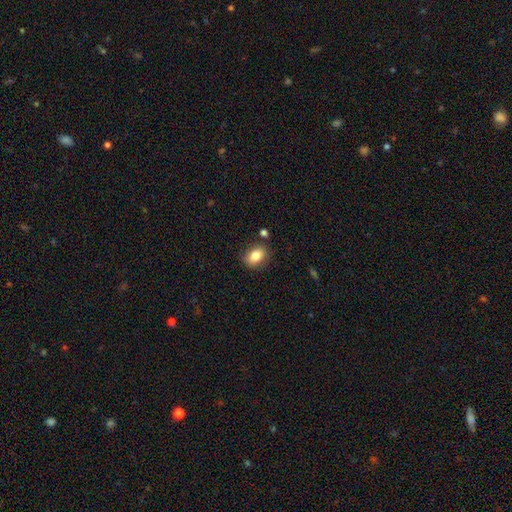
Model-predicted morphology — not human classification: Smooth or featured? smooth (83%)
How rounded? in between (77%)
Merging? none (81%)